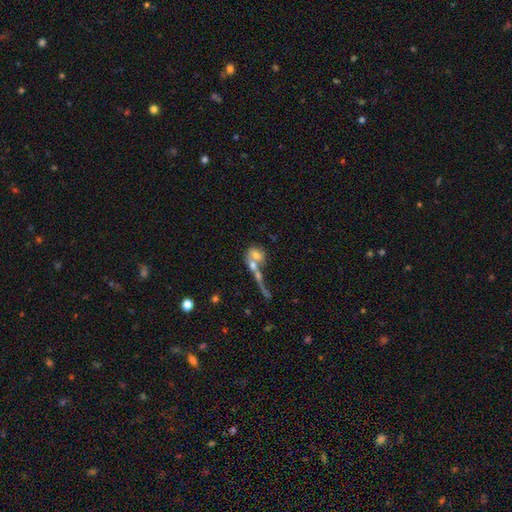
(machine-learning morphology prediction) A smooth galaxy with no disk features (49%). Merging: merger (58%).